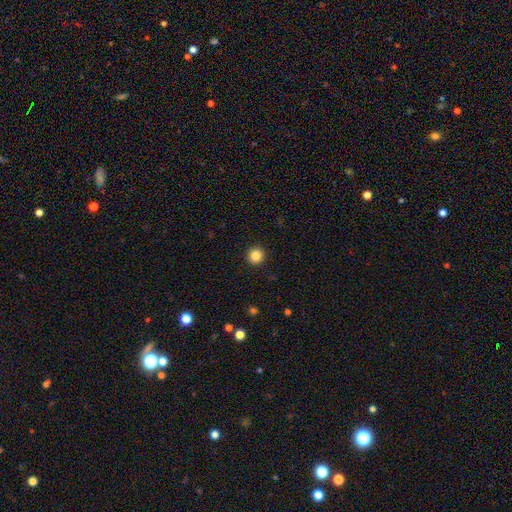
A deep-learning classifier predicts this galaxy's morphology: Smooth or featured? Predicted: smooth (p=0.86). How rounded? Predicted: round (p=0.95). Merging? Predicted: none (p=0.93).